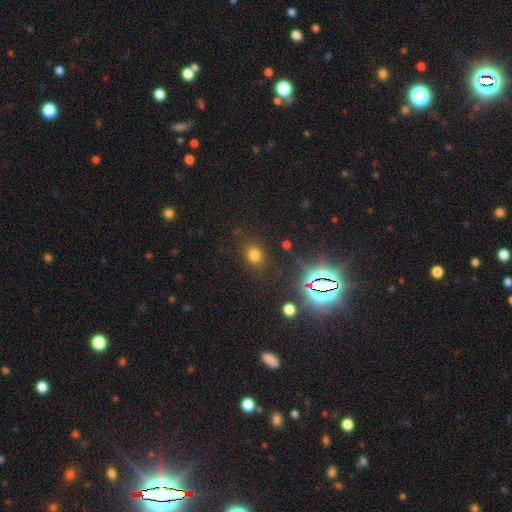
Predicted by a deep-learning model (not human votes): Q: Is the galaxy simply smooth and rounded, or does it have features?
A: star or artifact — 52%.